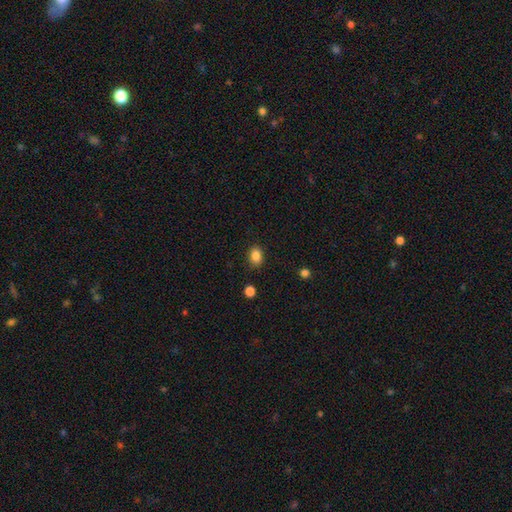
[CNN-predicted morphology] Smooth or featured?
  - smooth: 86% *
  - star or artifact: 10%
  - featured or disk: 4%
How rounded?
  - in between: 66% *
  - round: 33%
  - cigar-shaped: 1%
Merging?
  - none: 85% *
  - minor disturbance: 11%
  - major disturbance: 3%
  - merger: 2%